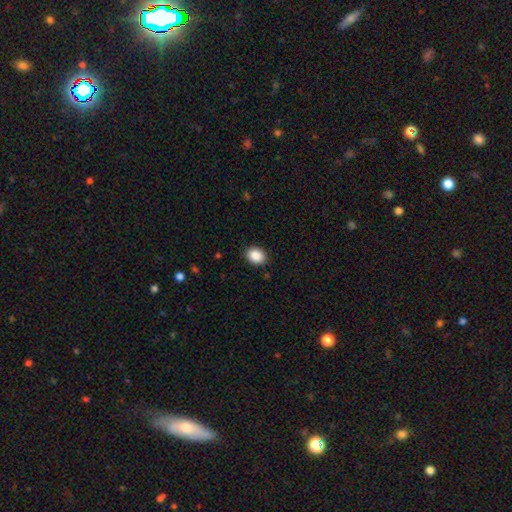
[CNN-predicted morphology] type=smooth (89%); roundness=in between (62%); merging=none (89%).